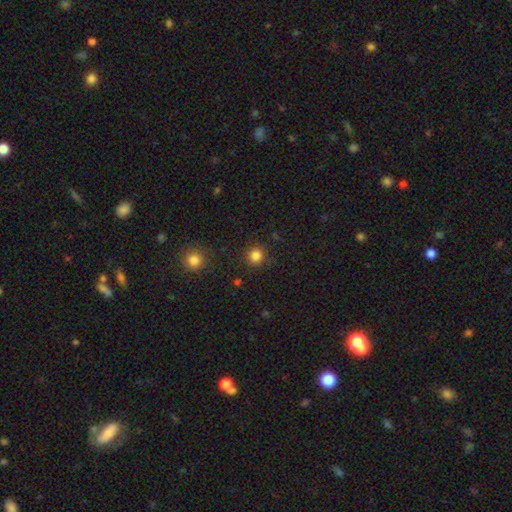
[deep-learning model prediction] Overall: smooth (83%). How rounded: round (94%). Merging: none (89%).